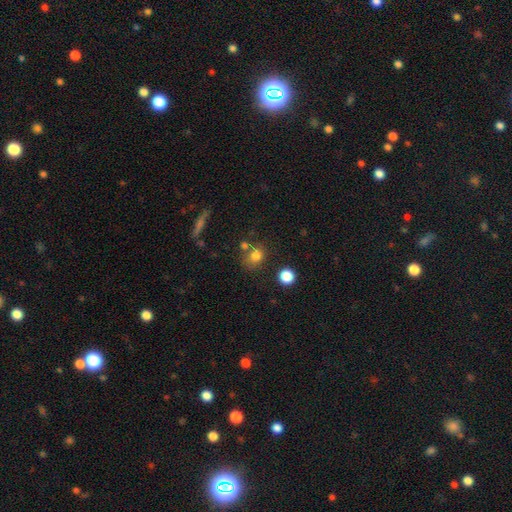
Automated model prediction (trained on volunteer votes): A smooth galaxy with no disk features (78%) that is round (70%). Merging: none (63%).